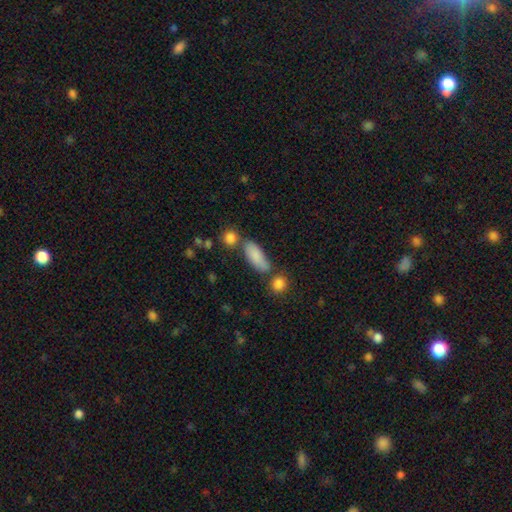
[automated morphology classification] The model was most divided on "merging": none: 59%, minor disturbance: 18%, merger: 16%, major disturbance: 6%. More confident: smooth or featured — smooth (82%); how rounded — in between (72%).